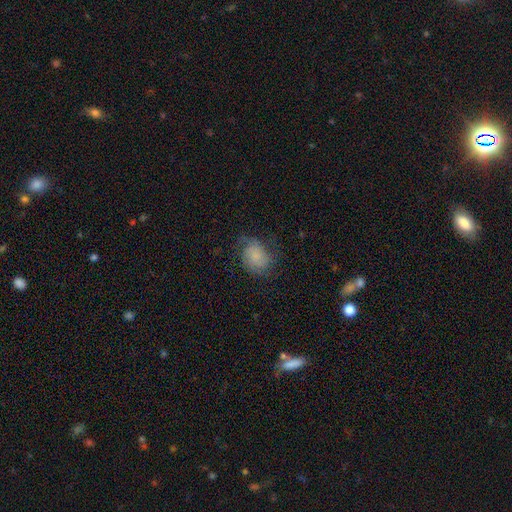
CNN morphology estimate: This is possibly a featured or disk galaxy (47%). Merging: likely none (61%).